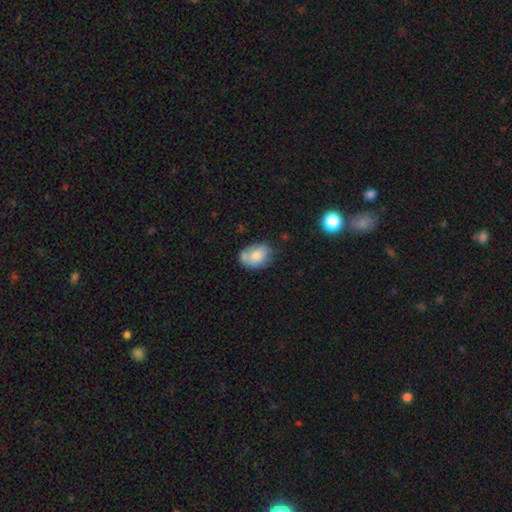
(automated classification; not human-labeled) Smooth or featured?
  - smooth: 77% *
  - featured or disk: 15%
  - star or artifact: 8%
How rounded?
  - in between: 76% *
  - round: 23%
  - cigar-shaped: 1%
Merging?
  - none: 50% *
  - minor disturbance: 26%
  - merger: 16%
  - major disturbance: 8%